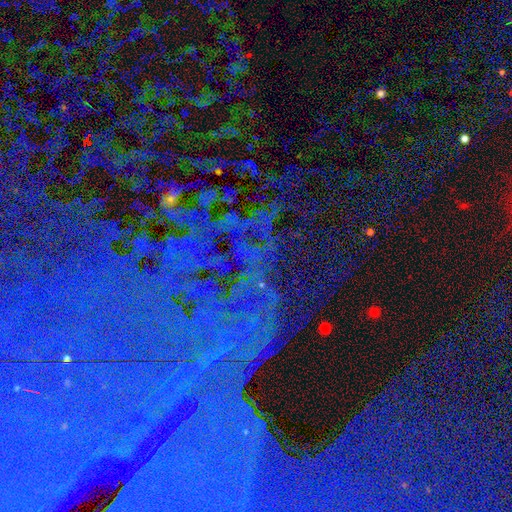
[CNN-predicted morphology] Overall: star or artifact (82%).